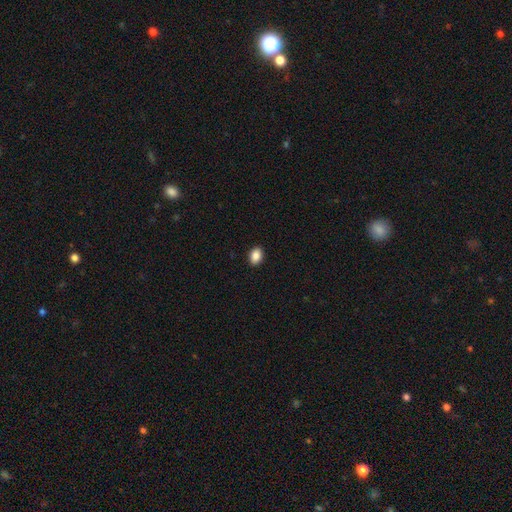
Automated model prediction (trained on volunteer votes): A smooth galaxy with no disk features (88%) that is in between round and cigar-shaped (76%). Merging: none (91%).